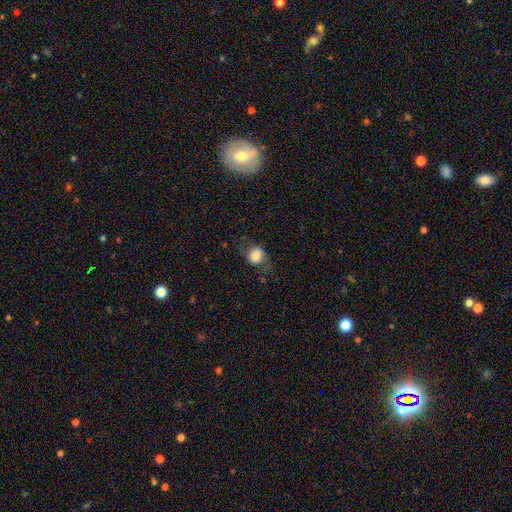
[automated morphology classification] smooth_or_featured: smooth (p=0.72) [alt: featured or disk p=0.19]
how_rounded: round (p=0.59) [alt: in between p=0.39]
merging: none (p=0.63) [alt: minor disturbance p=0.22]